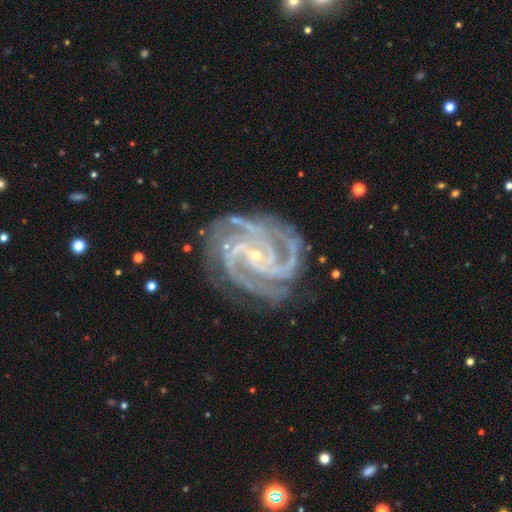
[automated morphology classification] Smooth or featured? featured or disk (94%)
Edge-on disk? no (98%)
Bar? no (53%)
Spiral arms? yes (99%)
Spiral winding? tight (63%)
Spiral arm count? 3 (37%)
Bulge size? small (85%)
Merging? none (76%)